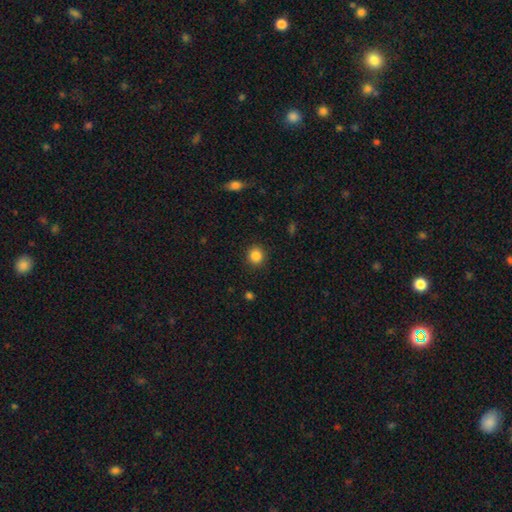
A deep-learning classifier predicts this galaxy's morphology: A smooth galaxy with no disk features (85%) that is round (88%). Merging: none (91%).